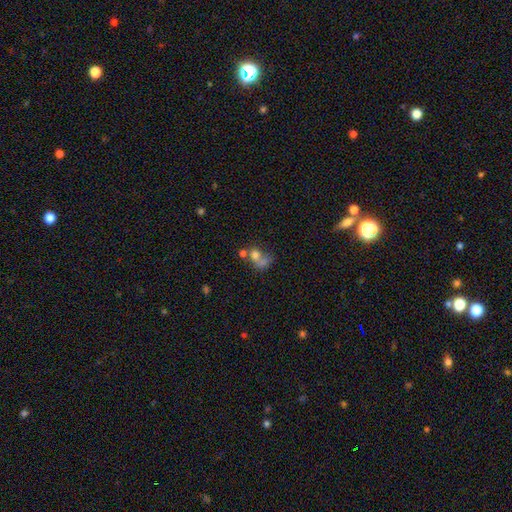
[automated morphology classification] A smooth galaxy with no disk features (60%) that is round (51%).

Vote fractions:
- Smooth or featured? smooth: 60% / featured or disk: 24% / star or artifact: 16%
- How rounded? round: 51% / in between: 48% / cigar-shaped: 2%
- Merging? merger: 50% / none: 23% / major disturbance: 17% / minor disturbance: 10%